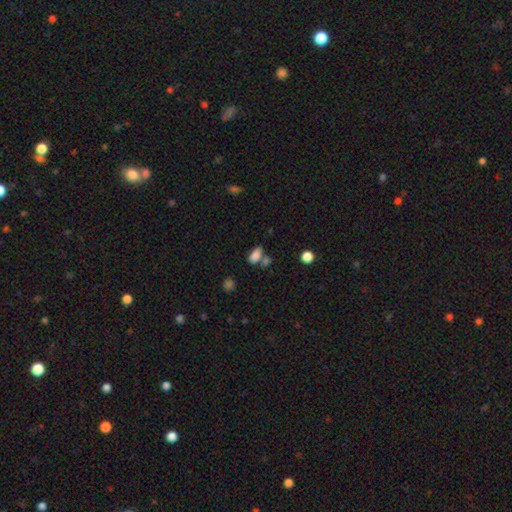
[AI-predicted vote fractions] Q: Smooth or featured?
A: smooth (83%); runner-up: star or artifact (10%)
Q: How rounded?
A: in between (89%); runner-up: round (6%)
Q: Merging?
A: none (51%); runner-up: merger (30%)